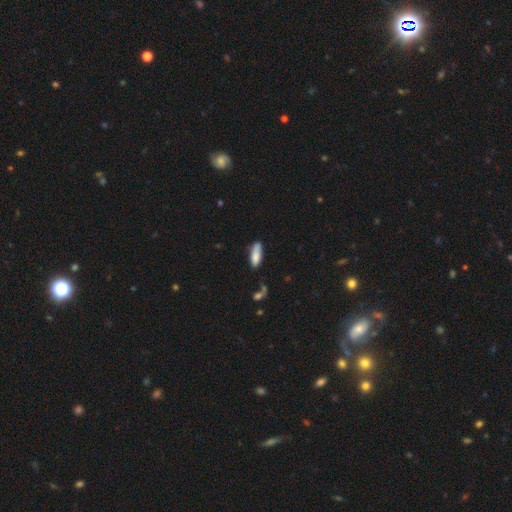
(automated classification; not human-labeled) A smooth galaxy with no disk features (81%) that is in between round and cigar-shaped (59%).

Vote fractions:
- Smooth or featured? smooth: 81% / featured or disk: 12% / star or artifact: 7%
- How rounded? in between: 59% / cigar-shaped: 39% / round: 2%
- Merging? none: 55% / minor disturbance: 28% / major disturbance: 9% / merger: 8%